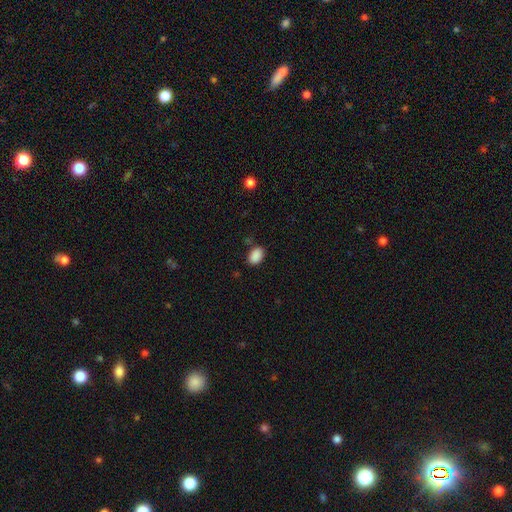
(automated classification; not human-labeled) Q: Smooth or featured?
A: smooth (89%); runner-up: star or artifact (8%)
Q: How rounded?
A: in between (86%); runner-up: round (13%)
Q: Merging?
A: none (81%); runner-up: minor disturbance (13%)